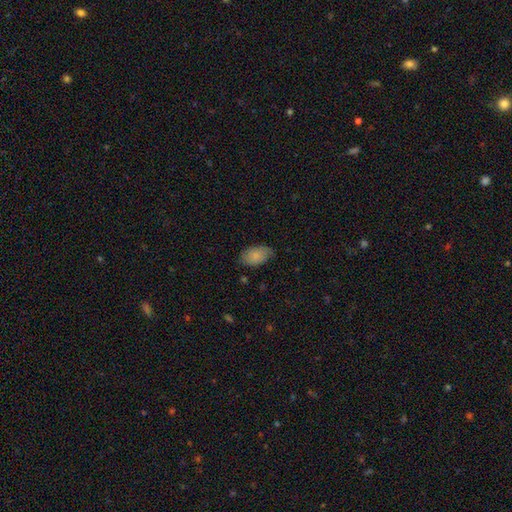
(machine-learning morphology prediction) Smooth or featured? Predicted: smooth (p=0.80). How rounded? Predicted: in between (p=0.92). Merging? Predicted: none (p=0.72).